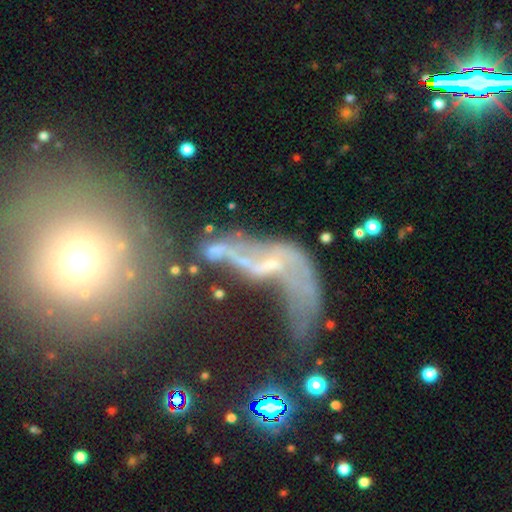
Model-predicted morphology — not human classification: This appears to be a featured or disk galaxy (60%) with no bar (62%), spiral arms (53%) and a small central bulge (53%). Merging: merger (36%).